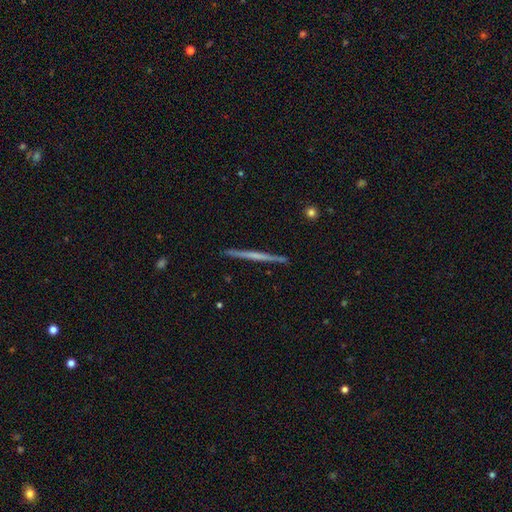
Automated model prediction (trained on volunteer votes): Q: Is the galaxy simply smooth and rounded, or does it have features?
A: featured or disk — 61%.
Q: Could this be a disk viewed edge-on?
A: yes — 98%.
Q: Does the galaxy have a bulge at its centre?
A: none — 80%.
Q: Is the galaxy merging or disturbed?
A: none — 92%.